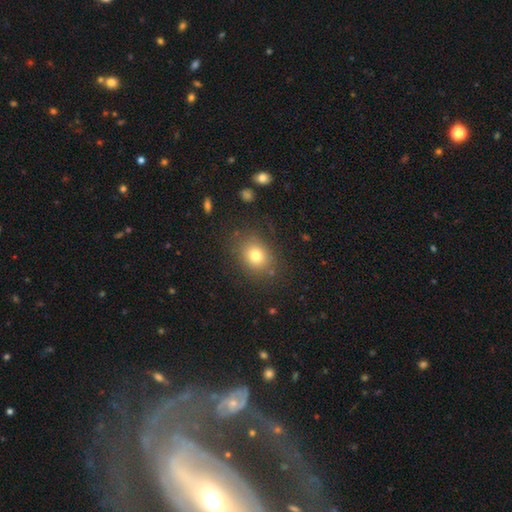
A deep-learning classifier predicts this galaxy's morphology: type=smooth (77%); roundness=round (53%); merging=none (80%).